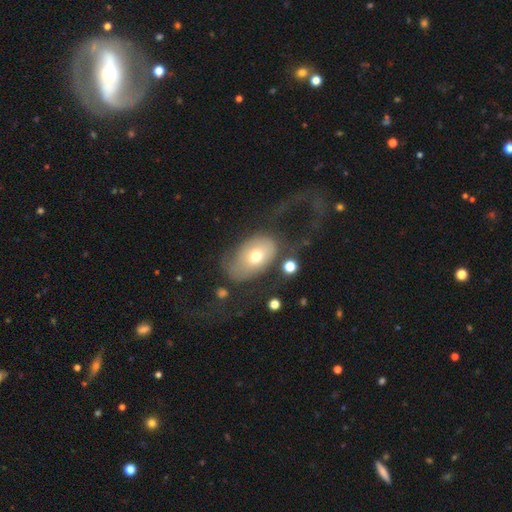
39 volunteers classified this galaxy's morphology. Overall: featured or disk (46%; smooth 44%). Edge-on disk: no (83%). Bar: no (80%). Spiral arms: no (73%). Bulge size: moderate (67%). Merging: none (40%; major disturbance 37%).